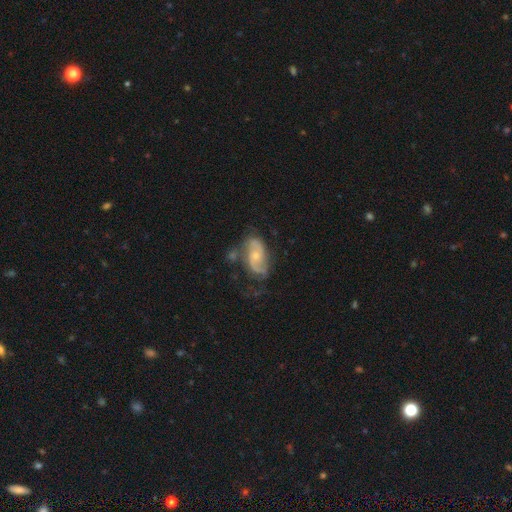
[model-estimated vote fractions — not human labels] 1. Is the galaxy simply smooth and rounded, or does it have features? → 79% featured or disk, 14% smooth, 7% star or artifact.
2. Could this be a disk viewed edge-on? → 97% no, 3% yes.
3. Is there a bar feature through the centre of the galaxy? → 59% no, 34% weak, 7% strong.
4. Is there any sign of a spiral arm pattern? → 93% yes, 7% no.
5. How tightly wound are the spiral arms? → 48% medium, 32% loose, 20% tight.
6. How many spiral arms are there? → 85% 2, 8% can't tell, 3% 3, 2% 1, 1% 4, 1% more than 4.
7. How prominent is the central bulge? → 56% small, 36% moderate, 5% none, 2% large, 1% dominant.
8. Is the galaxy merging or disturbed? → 52% none, 24% minor disturbance, 13% major disturbance, 11% merger.